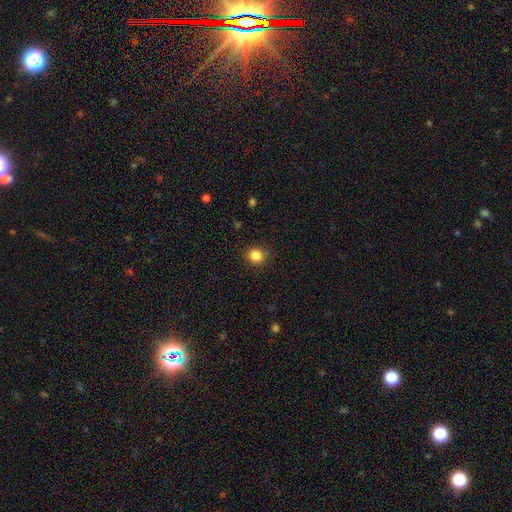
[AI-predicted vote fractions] The model was most divided on "how rounded": round: 86%, in between: 13%, cigar-shaped: 1%. More confident: merging — none (88%); smooth or featured — smooth (84%).